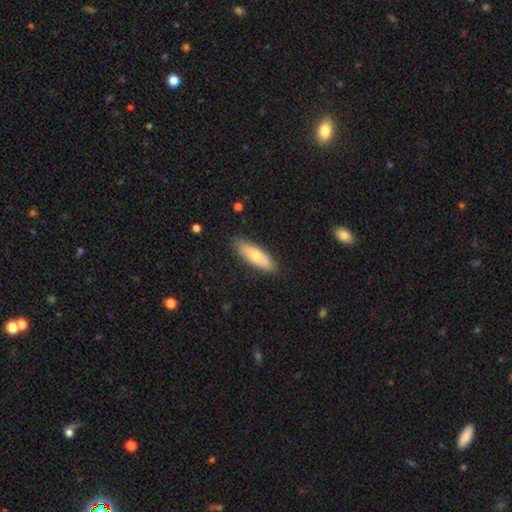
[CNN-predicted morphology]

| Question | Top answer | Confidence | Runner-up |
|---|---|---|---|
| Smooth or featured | smooth | 69% | featured or disk (25%) |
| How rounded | in between | 61% | cigar-shaped (37%) |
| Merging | none | 84% | minor disturbance (12%) |